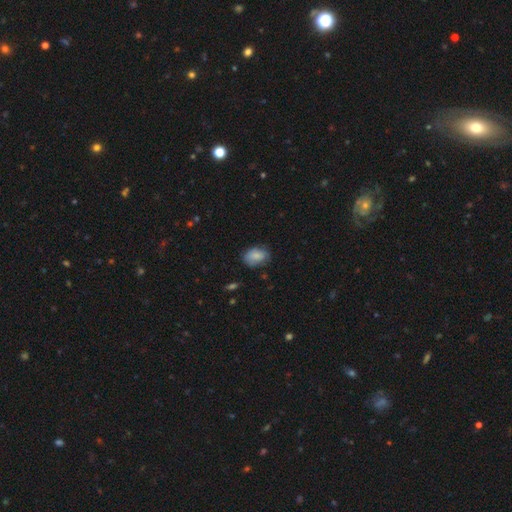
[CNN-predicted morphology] type=smooth (83%); roundness=in between (79%); merging=none (67%).